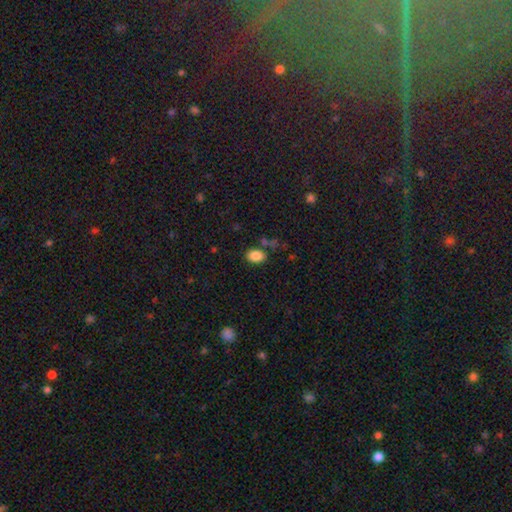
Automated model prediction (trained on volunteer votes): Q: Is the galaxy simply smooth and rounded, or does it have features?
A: smooth — 86%.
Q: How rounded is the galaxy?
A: in between — 82%.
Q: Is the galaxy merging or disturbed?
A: none — 76%.